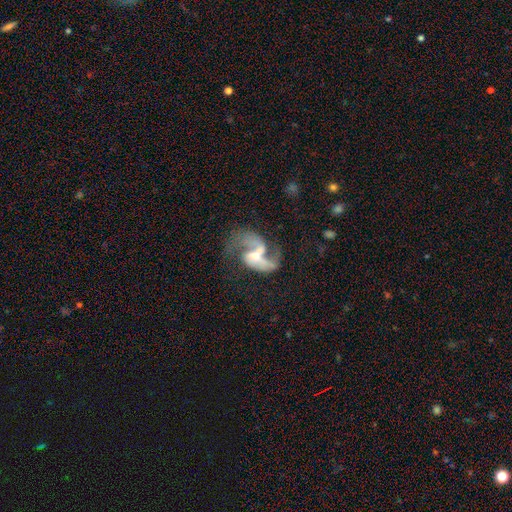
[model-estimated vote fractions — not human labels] Overall: featured or disk (84%). Edge-on disk: no (98%). Bar: weak (45%; no 35%). Spiral arms: yes (91%). Spiral arm count: 2 (80%). Spiral winding: loose (61%; medium 33%). Bulge size: moderate (44%; small 38%). Merging: none (37%; major disturbance 32%).